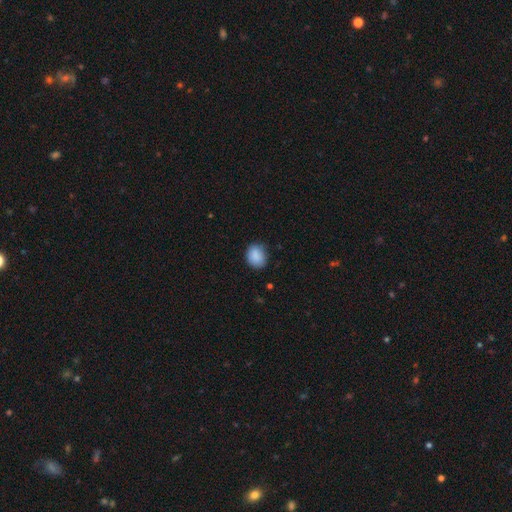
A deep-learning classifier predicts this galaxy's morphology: Smooth or featured? Predicted: smooth (p=0.88). How rounded? Predicted: in between (p=0.50). Merging? Predicted: none (p=0.79).